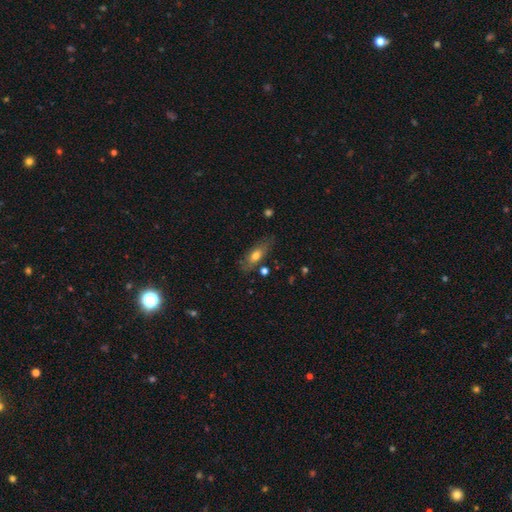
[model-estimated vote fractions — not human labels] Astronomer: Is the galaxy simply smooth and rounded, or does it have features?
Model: smooth — 63%.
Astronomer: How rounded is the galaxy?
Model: in between — 68%.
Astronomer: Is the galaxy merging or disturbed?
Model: none — 72%.